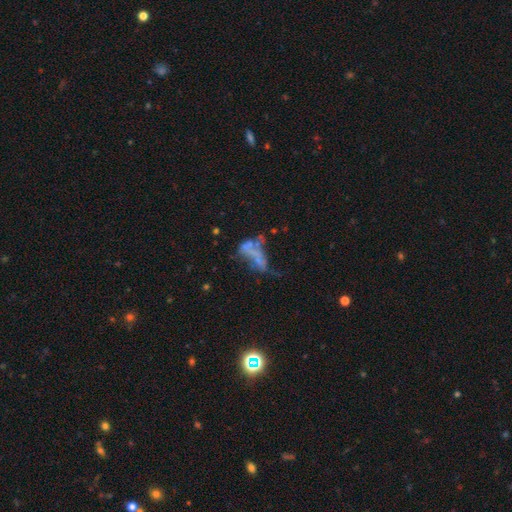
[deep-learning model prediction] smooth_or_featured: featured or disk (p=0.48) [alt: smooth p=0.31]
merging: major disturbance (p=0.34) [alt: merger p=0.30]